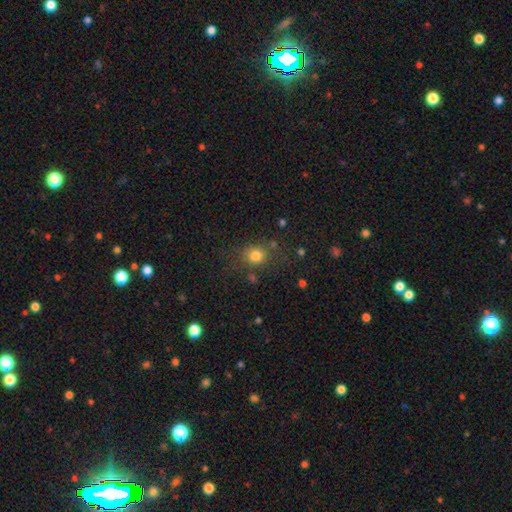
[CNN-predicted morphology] smooth_or_featured: smooth (p=0.78) [alt: star or artifact p=0.14]
how_rounded: round (p=0.70) [alt: in between p=0.29]
merging: none (p=0.73) [alt: minor disturbance p=0.15]